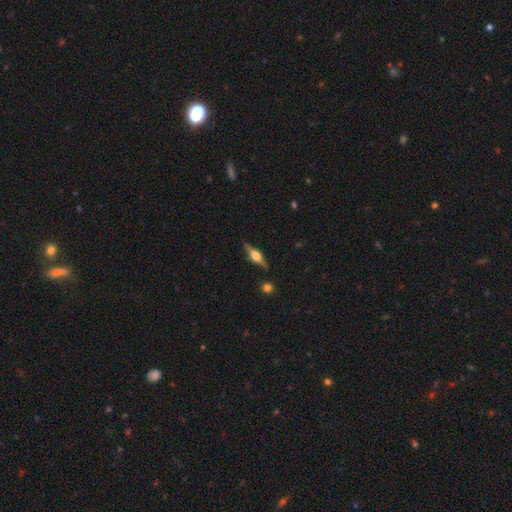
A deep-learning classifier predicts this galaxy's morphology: Smooth or featured? Predicted: featured or disk (p=0.69). Edge-on disk? Predicted: yes (p=0.96). Edge-on bulge? Predicted: rounded (p=0.91). Merging? Predicted: none (p=0.87).